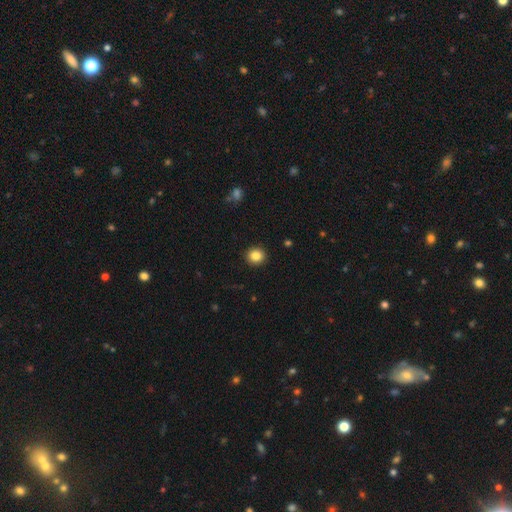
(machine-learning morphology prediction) Smooth or featured? Predicted: smooth (p=0.86). How rounded? Predicted: round (p=0.88). Merging? Predicted: none (p=0.92).